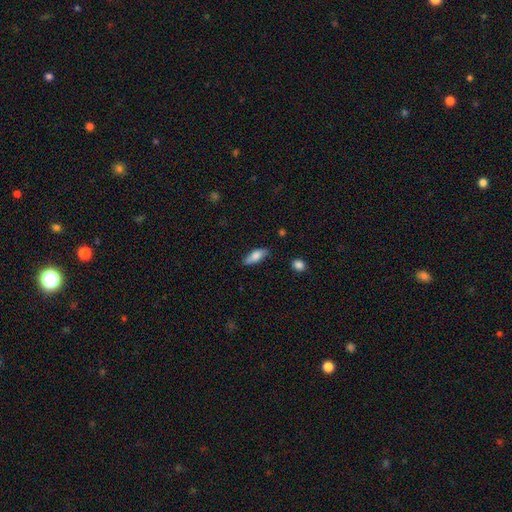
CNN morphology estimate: smooth 72%, featured or disk 21%, star or artifact 6%. Down the decision tree: how rounded — in between (65%); merging — none (79%).